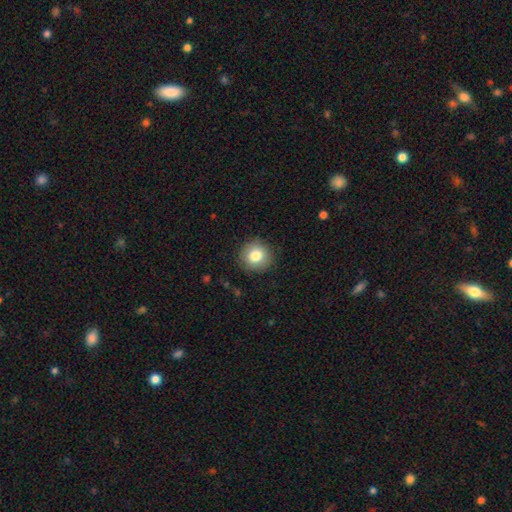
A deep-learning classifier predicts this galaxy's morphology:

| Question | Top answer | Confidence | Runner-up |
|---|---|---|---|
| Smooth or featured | smooth | 80% | featured or disk (10%) |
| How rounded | round | 92% | in between (7%) |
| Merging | none | 89% | minor disturbance (8%) |